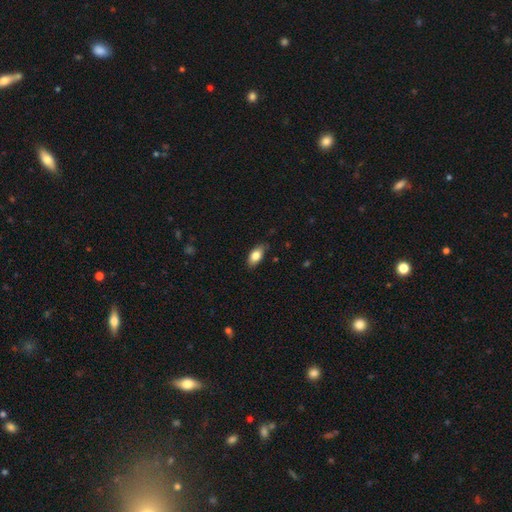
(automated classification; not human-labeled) Q: Smooth or featured?
A: smooth (81%); runner-up: featured or disk (12%)
Q: How rounded?
A: in between (89%); runner-up: cigar-shaped (6%)
Q: Merging?
A: none (79%); runner-up: minor disturbance (17%)